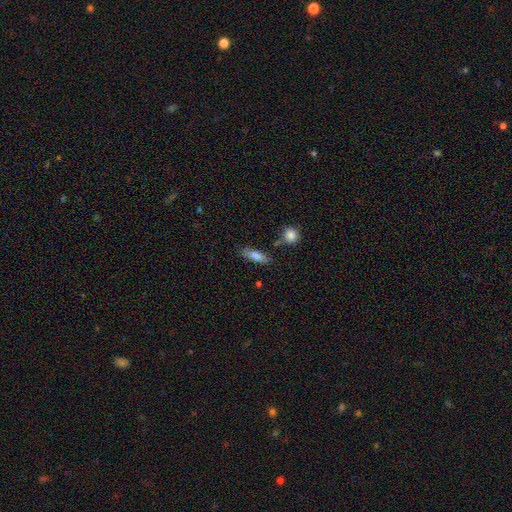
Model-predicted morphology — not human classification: This is likely a smooth galaxy (79%). How rounded: possibly in between (59%). Merging: likely none (72%).